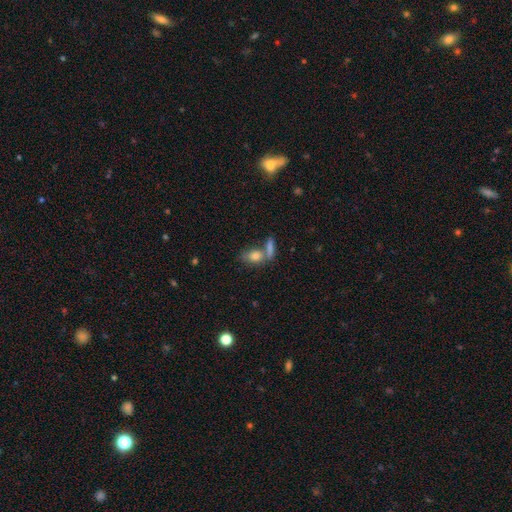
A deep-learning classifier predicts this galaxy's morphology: Smooth or featured?
  - smooth: 73% *
  - featured or disk: 15%
  - star or artifact: 13%
How rounded?
  - in between: 74% *
  - round: 19%
  - cigar-shaped: 7%
Merging?
  - none: 45% *
  - merger: 38%
  - minor disturbance: 11%
  - major disturbance: 6%